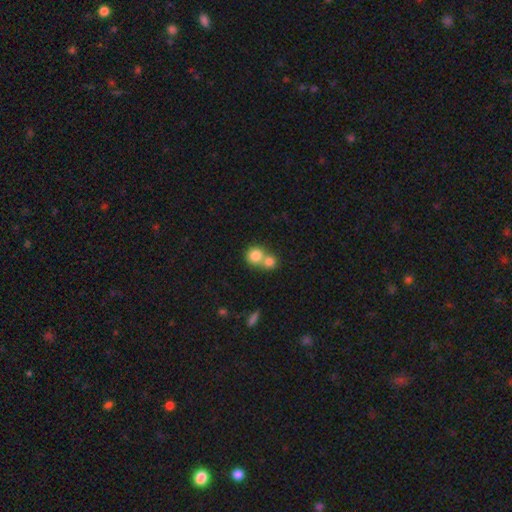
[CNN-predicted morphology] A smooth galaxy with no disk features (81%) that is round (85%).

Vote fractions:
- Smooth or featured? smooth: 81% / featured or disk: 10% / star or artifact: 10%
- How rounded? round: 85% / in between: 14% / cigar-shaped: 1%
- Merging? merger: 57% / none: 36% / minor disturbance: 5% / major disturbance: 2%